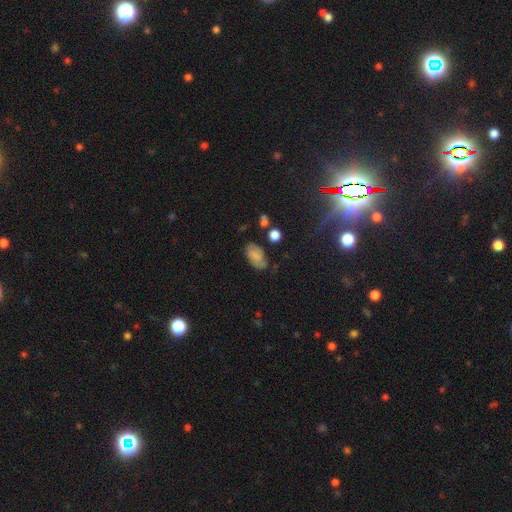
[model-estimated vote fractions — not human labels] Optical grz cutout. It shows a smooth galaxy with no disk features (65%) that is in between round and cigar-shaped (91%). Merging: none (61%).